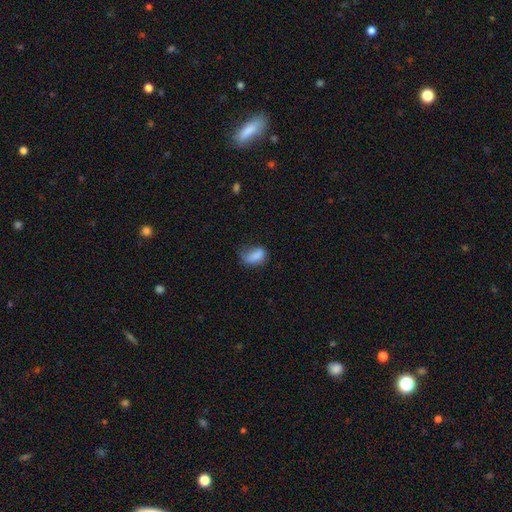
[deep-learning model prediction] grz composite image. It shows a smooth galaxy with no disk features (81%) that is in between round and cigar-shaped (89%). Merging: none (35%, tied with minor disturbance).